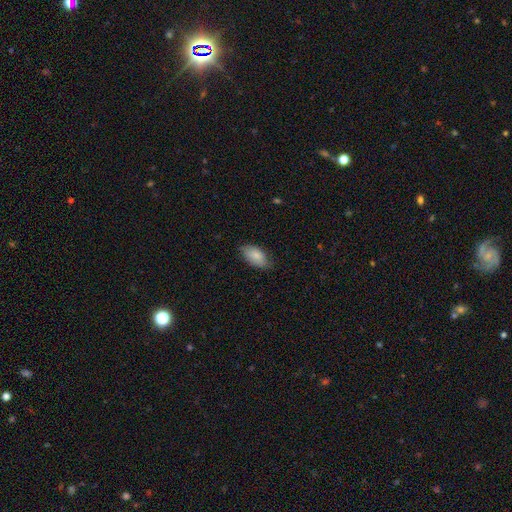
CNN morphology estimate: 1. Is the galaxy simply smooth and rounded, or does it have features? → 84% smooth, 10% featured or disk, 6% star or artifact.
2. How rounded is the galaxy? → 94% in between, 3% cigar-shaped, 3% round.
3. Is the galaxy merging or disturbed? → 76% none, 19% minor disturbance, 3% major disturbance, 1% merger.